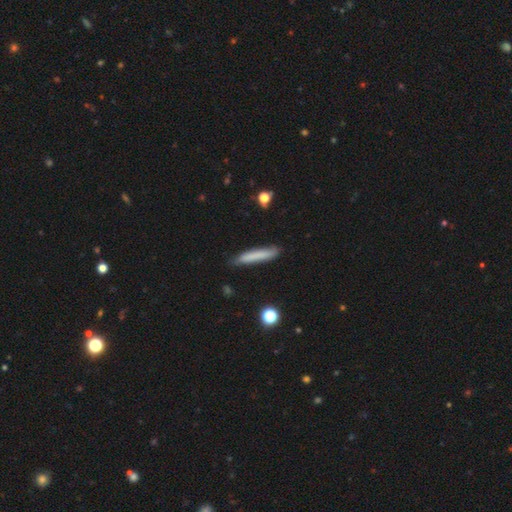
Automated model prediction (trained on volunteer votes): Smooth or featured?
  - smooth: 75% *
  - featured or disk: 18%
  - star or artifact: 7%
How rounded?
  - cigar-shaped: 94% *
  - in between: 5%
  - round: 1%
Merging?
  - none: 82% *
  - minor disturbance: 14%
  - major disturbance: 2%
  - merger: 2%